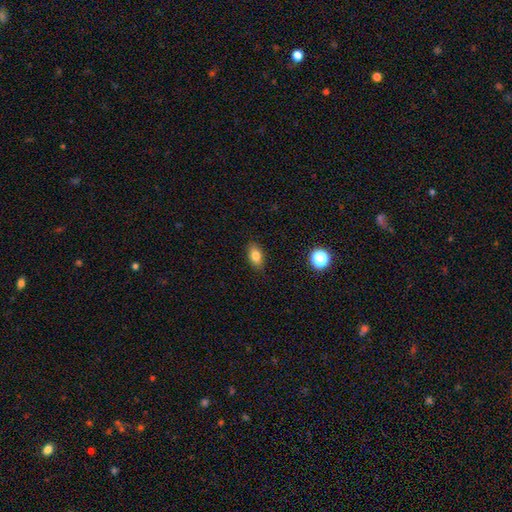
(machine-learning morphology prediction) This is clearly a smooth galaxy (81%). How rounded: clearly in between (86%). Merging: clearly none (87%).